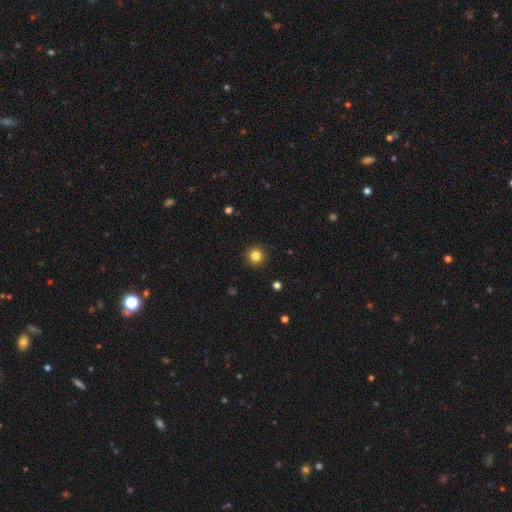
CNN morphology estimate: This is clearly a smooth galaxy (84%). How rounded: clearly round (95%). Merging: clearly none (92%).